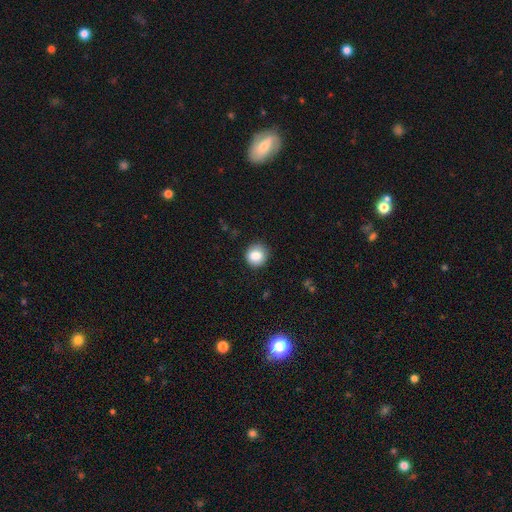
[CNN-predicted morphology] smooth 85%, star or artifact 9%, featured or disk 5%. Down the decision tree: how rounded — round (88%); merging — none (85%).